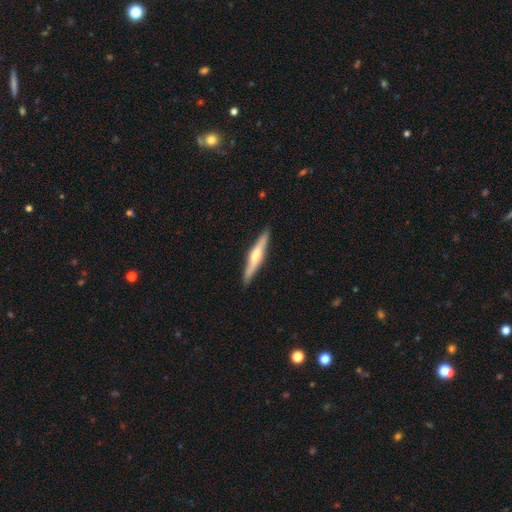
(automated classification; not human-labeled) Overall: featured or disk (58%; smooth 37%). Edge-on disk: yes (96%). Edge-on bulge: rounded (74%). Merging: none (89%).